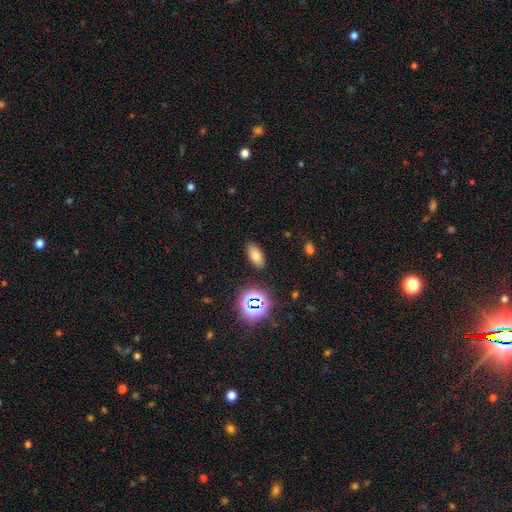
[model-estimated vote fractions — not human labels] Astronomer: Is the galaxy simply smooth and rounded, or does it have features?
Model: smooth — 71%.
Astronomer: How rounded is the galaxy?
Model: in between — 86%.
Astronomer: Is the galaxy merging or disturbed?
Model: none — 87%.